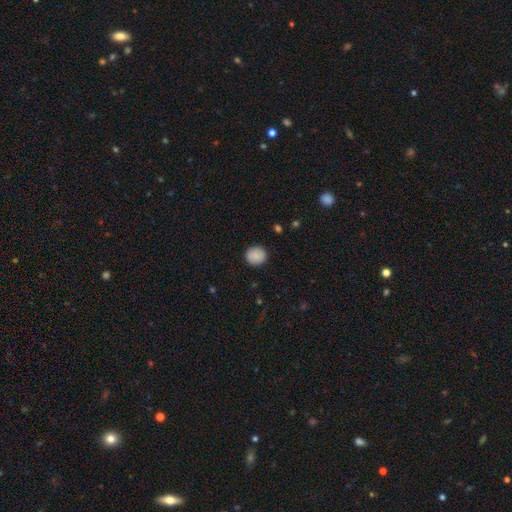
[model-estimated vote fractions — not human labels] Smooth or featured?
  - smooth: 86% *
  - star or artifact: 7%
  - featured or disk: 6%
How rounded?
  - round: 89% *
  - in between: 10%
  - cigar-shaped: 1%
Merging?
  - none: 89% *
  - minor disturbance: 8%
  - major disturbance: 2%
  - merger: 1%